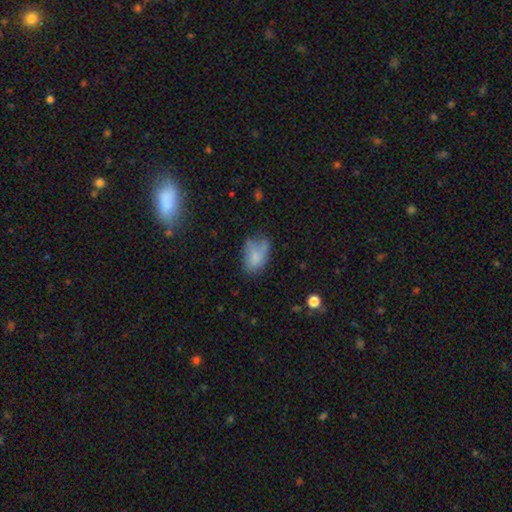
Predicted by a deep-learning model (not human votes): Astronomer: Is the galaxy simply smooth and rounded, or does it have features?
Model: smooth — 70%.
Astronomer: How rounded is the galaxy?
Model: in between — 88%.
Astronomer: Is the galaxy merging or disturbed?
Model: none — 39% (runner-up: minor disturbance, 31%).